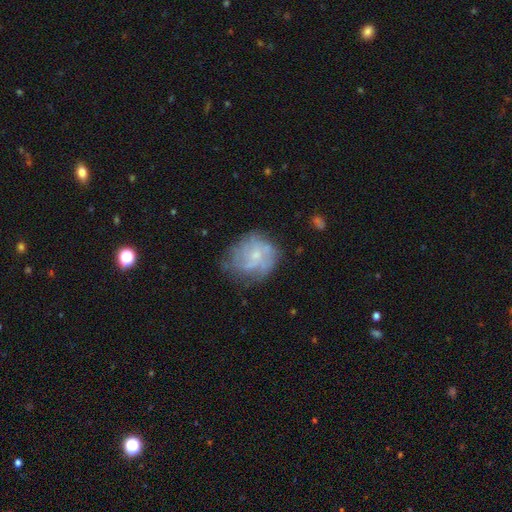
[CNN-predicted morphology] Q: Smooth or featured?
A: featured or disk (60%); runner-up: smooth (31%)
Q: Edge-on disk?
A: no (98%); runner-up: yes (2%)
Q: Bar?
A: no (71%); runner-up: weak (26%)
Q: Spiral arms?
A: yes (65%); runner-up: no (35%)
Q: Bulge size?
A: small (61%); runner-up: moderate (24%)
Q: Merging?
A: none (60%); runner-up: minor disturbance (23%)